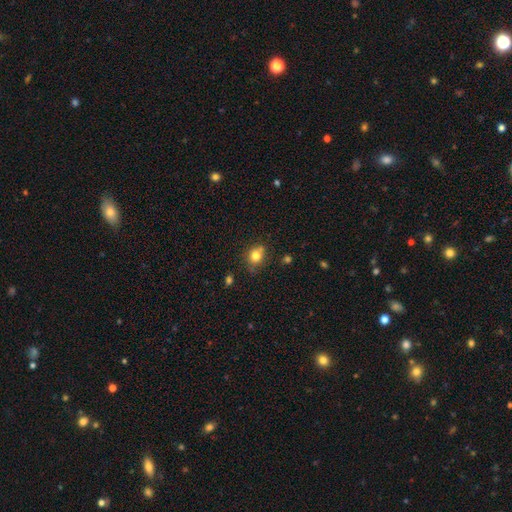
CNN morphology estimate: smooth 79%, star or artifact 12%, featured or disk 9%. Down the decision tree: how rounded — round (66%); merging — none (64%).